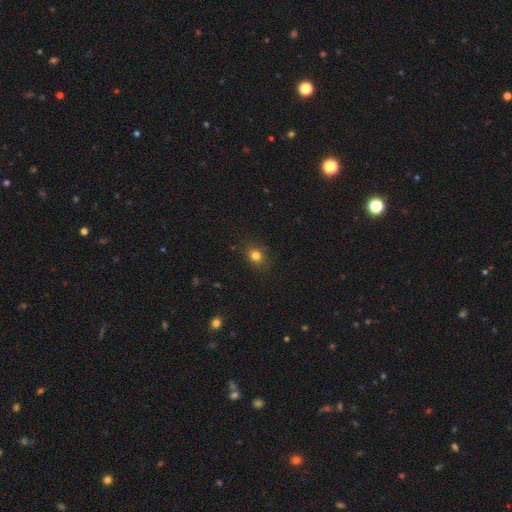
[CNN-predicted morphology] Overall: smooth (79%). How rounded: round (62%; in between 36%). Merging: none (83%).